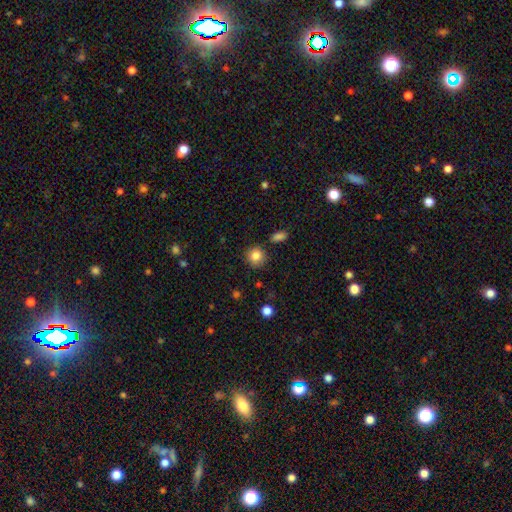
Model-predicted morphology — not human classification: This is clearly a smooth galaxy (85%). How rounded: clearly round (88%). Merging: clearly none (84%).